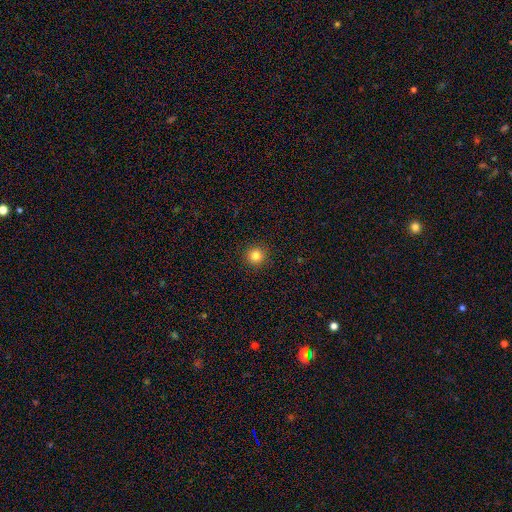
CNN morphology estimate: Smooth or featured?
  - smooth: 84% *
  - star or artifact: 12%
  - featured or disk: 4%
How rounded?
  - round: 95% *
  - in between: 4%
  - cigar-shaped: 1%
Merging?
  - none: 92% *
  - minor disturbance: 5%
  - major disturbance: 2%
  - merger: 1%